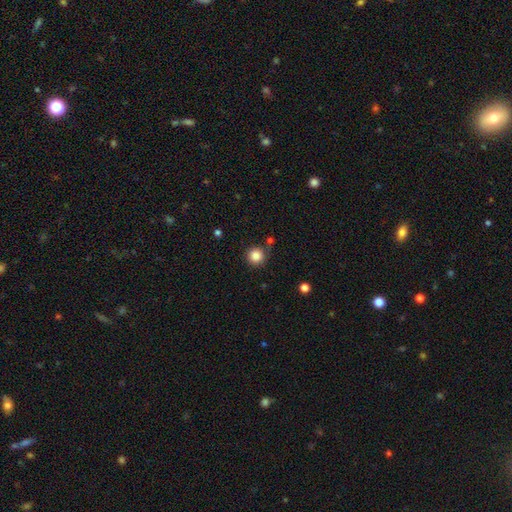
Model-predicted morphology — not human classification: Smooth or featured: smooth — 85% (star or artifact — 11%)
How rounded: round — 94% (in between — 5%)
Merging: none — 80% (minor disturbance — 10%)